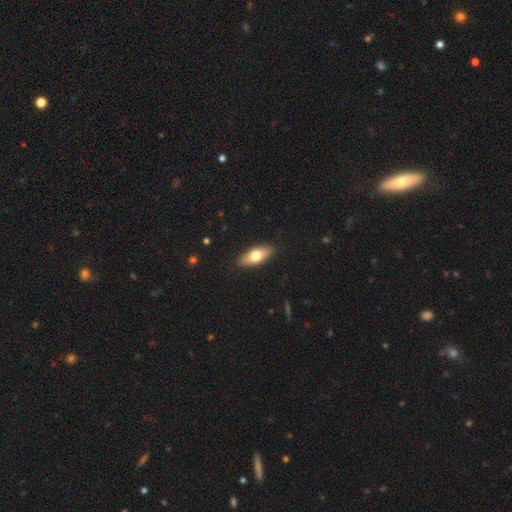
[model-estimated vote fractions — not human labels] smooth 65%, featured or disk 29%, star or artifact 6%. Down the decision tree: how rounded — in between (77%); merging — none (89%).